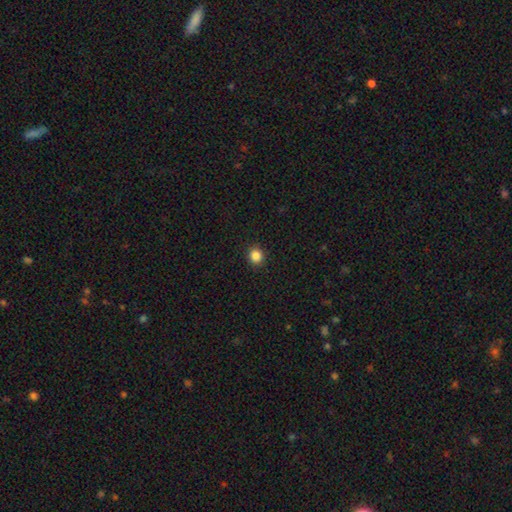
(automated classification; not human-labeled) Morphology: type=smooth (85%); roundness=round (89%); merging=none (93%).